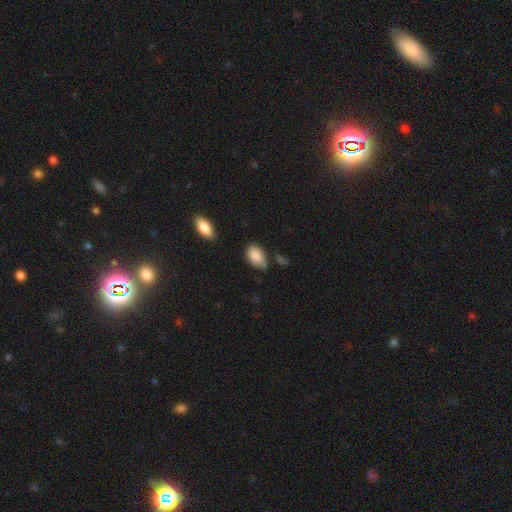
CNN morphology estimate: smooth 87%, star or artifact 7%, featured or disk 6%. Down the decision tree: how rounded — in between (92%); merging — none (51%).